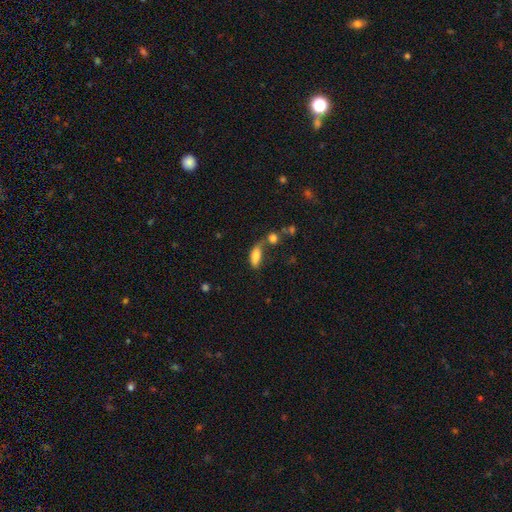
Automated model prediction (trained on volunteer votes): Smooth or featured: smooth — 79% (featured or disk — 12%)
How rounded: in between — 79% (cigar-shaped — 17%)
Merging: none — 38% (merger — 29%)